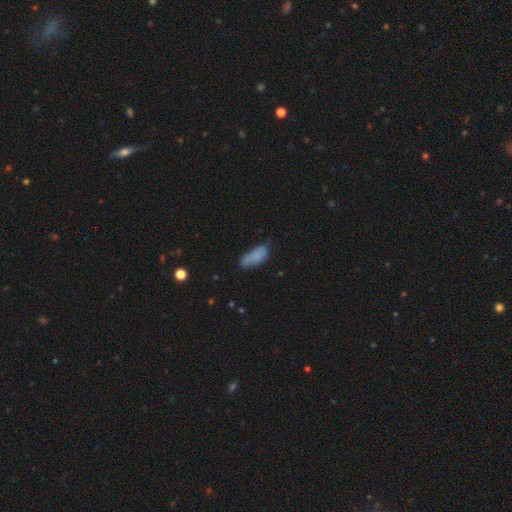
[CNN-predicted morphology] A smooth galaxy with no disk features (75%) that is in between round and cigar-shaped (79%). Merging: none (47%).